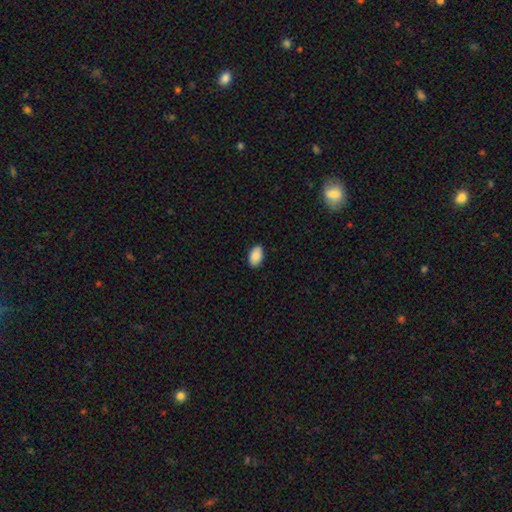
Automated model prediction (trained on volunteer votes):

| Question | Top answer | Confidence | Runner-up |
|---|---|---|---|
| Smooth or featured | smooth | 89% | star or artifact (7%) |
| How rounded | in between | 93% | round (6%) |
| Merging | none | 89% | minor disturbance (8%) |